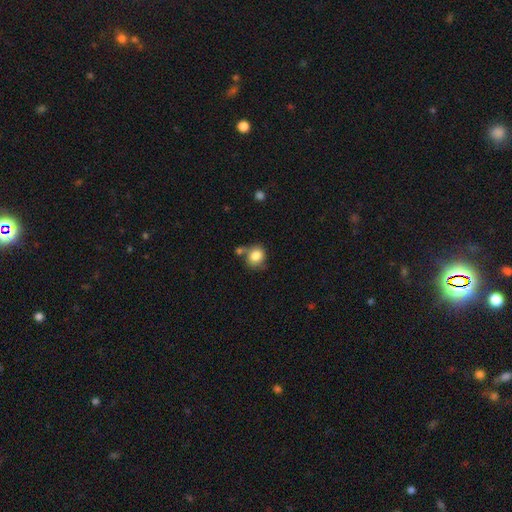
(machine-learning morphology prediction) Smooth or featured?
  - smooth: 82% *
  - star or artifact: 9%
  - featured or disk: 9%
How rounded?
  - round: 78% *
  - in between: 21%
  - cigar-shaped: 1%
Merging?
  - none: 56% *
  - merger: 19%
  - minor disturbance: 18%
  - major disturbance: 6%